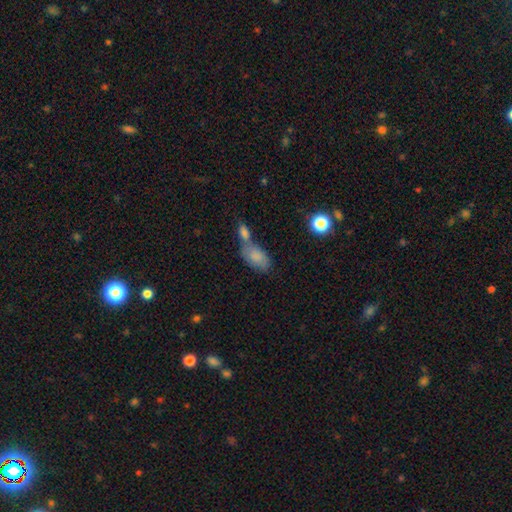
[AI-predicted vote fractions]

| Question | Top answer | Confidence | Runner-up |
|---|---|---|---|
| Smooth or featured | smooth | 80% | featured or disk (13%) |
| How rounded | in between | 91% | round (5%) |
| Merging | merger | 47% | none (34%) |